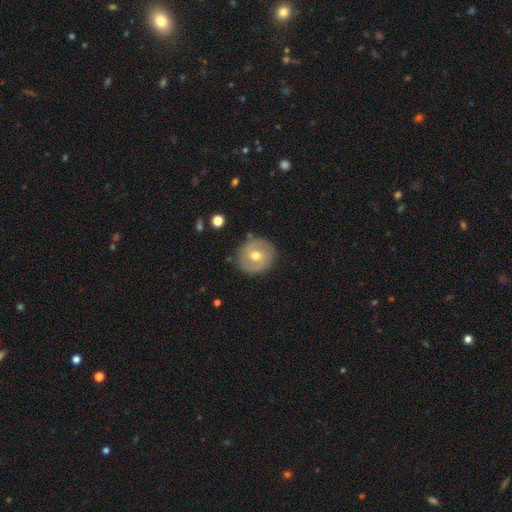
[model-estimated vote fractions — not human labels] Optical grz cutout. It shows a featured or disk galaxy (52%). Merging: none (85%).